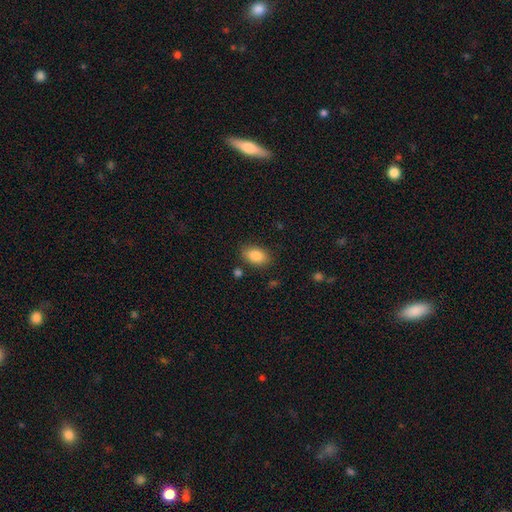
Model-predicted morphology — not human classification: Smooth or featured: smooth — 86% (star or artifact — 8%)
How rounded: in between — 87% (round — 11%)
Merging: none — 82% (minor disturbance — 12%)